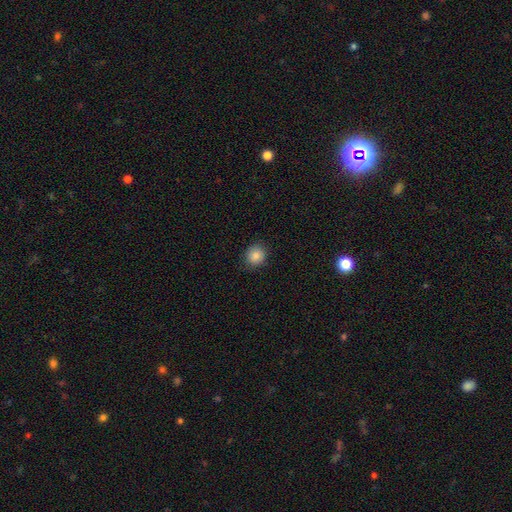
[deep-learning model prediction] Morphology: type=smooth (86%); roundness=round (83%); merging=none (87%).